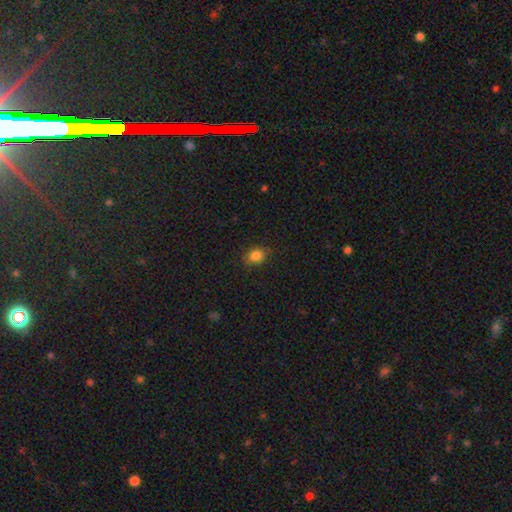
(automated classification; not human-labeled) smooth_or_featured: smooth (p=0.84) [alt: star or artifact p=0.12]
how_rounded: in between (p=0.54) [alt: round p=0.45]
merging: none (p=0.81) [alt: minor disturbance p=0.15]